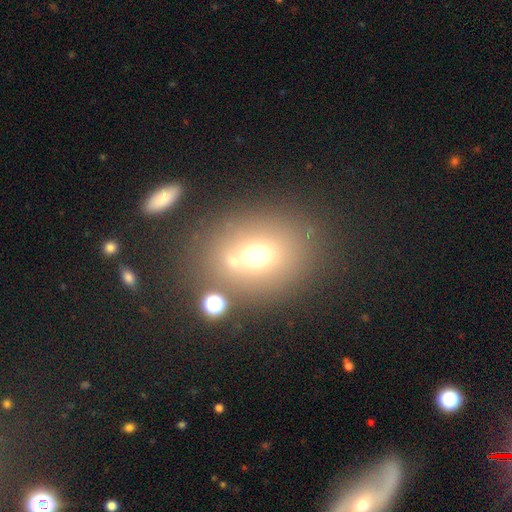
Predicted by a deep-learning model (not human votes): This appears to be a smooth galaxy with no disk features (64%) that is round (54%). Merging: none (63%).